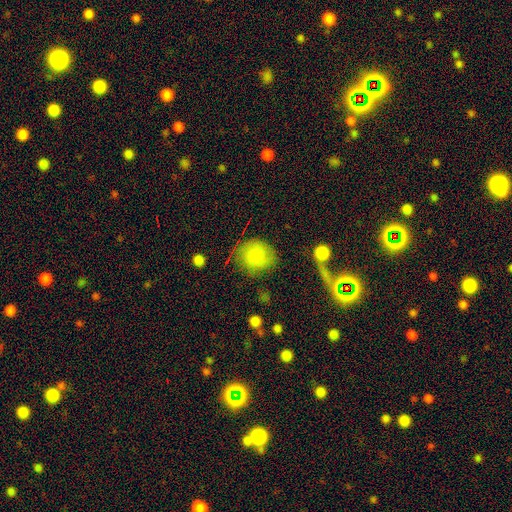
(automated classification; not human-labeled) The model was most divided on "merging": none: 60%, minor disturbance: 26%, major disturbance: 10%, merger: 3%. More confident: smooth or featured — smooth (79%); how rounded — round (73%).